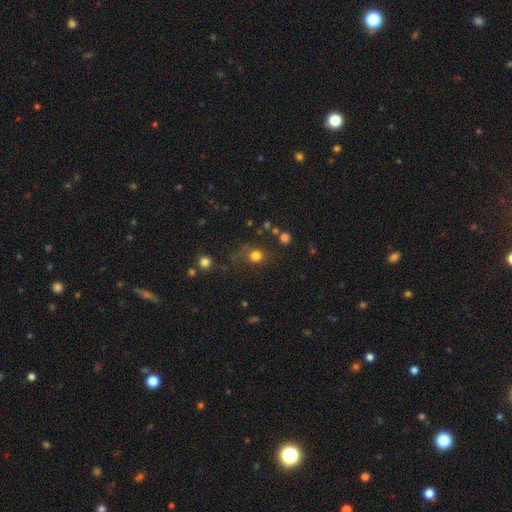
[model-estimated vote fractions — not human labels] A smooth galaxy with no disk features (78%) that is round (85%).

Vote fractions:
- Smooth or featured? smooth: 78% / star or artifact: 16% / featured or disk: 6%
- How rounded? round: 85% / in between: 14% / cigar-shaped: 1%
- Merging? none: 69% / minor disturbance: 15% / major disturbance: 10% / merger: 6%